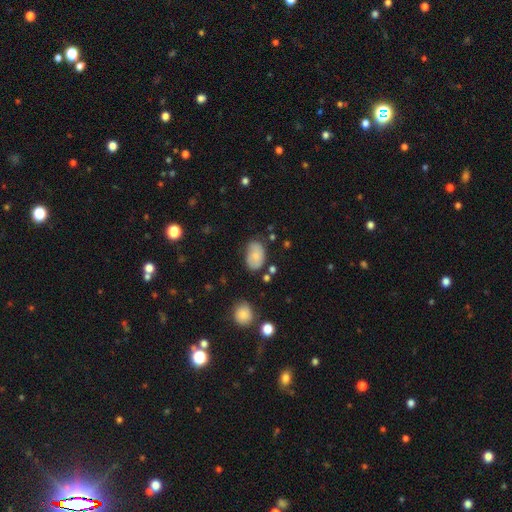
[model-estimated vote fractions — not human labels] Overall: smooth (71%). How rounded: in between (87%). Merging: none (57%; minor disturbance 30%).